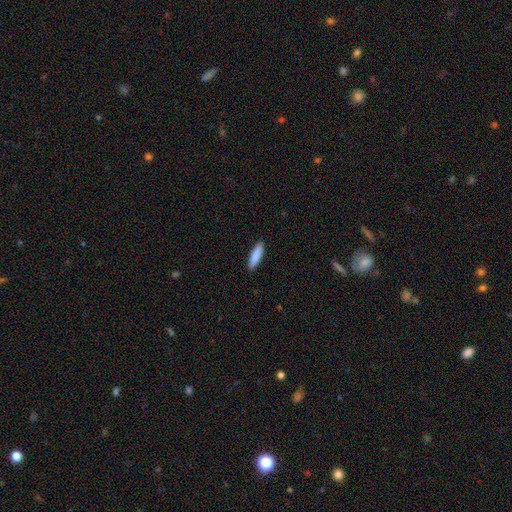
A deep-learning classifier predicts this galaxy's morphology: smooth_or_featured: smooth (p=0.87) [alt: featured or disk p=0.08]
how_rounded: cigar-shaped (p=0.74) [alt: in between p=0.25]
merging: none (p=0.90) [alt: minor disturbance p=0.07]